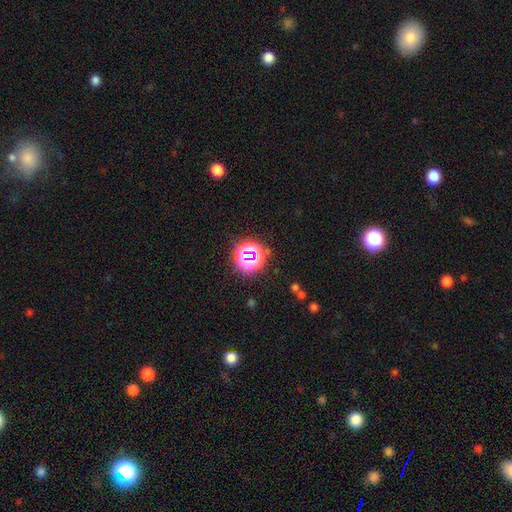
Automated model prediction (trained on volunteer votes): Smooth or featured? star or artifact (65%)